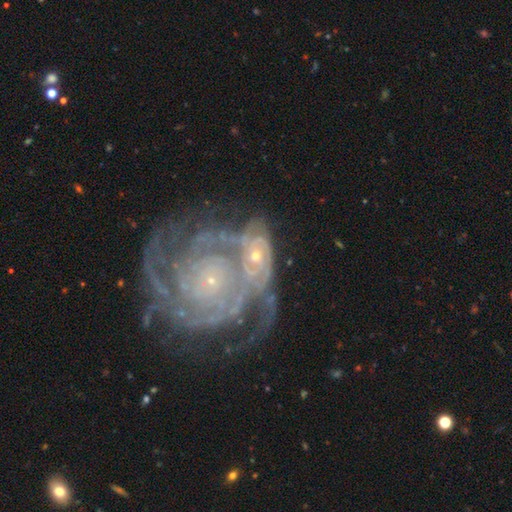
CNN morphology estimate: smooth_or_featured: featured or disk (p=0.85) [alt: smooth p=0.09]
disk_edge_on: no (p=0.96) [alt: yes p=0.04]
bar: no (p=0.78) [alt: weak p=0.15]
has_spiral_arms: yes (p=0.93) [alt: no p=0.07]
spiral_winding: tight (p=0.76) [alt: medium p=0.19]
spiral_arm_count: can't tell (p=0.35) [alt: 2 p=0.20]
bulge_size: small (p=0.75) [alt: moderate p=0.19]
merging: merger (p=0.60) [alt: none p=0.20]